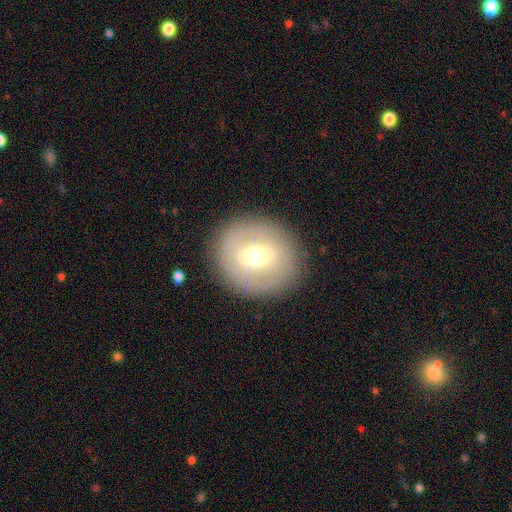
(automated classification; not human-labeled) A featured or disk galaxy (48%).

Vote fractions:
- Smooth or featured? featured or disk: 48% / smooth: 43% / star or artifact: 9%
- Merging? none: 86% / minor disturbance: 9% / major disturbance: 4% / merger: 1%